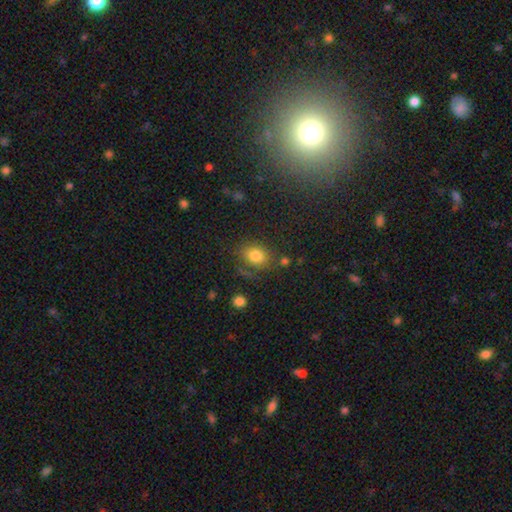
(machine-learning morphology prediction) This is likely a smooth galaxy (80%). How rounded: possibly in between (51%). Merging: likely none (73%).